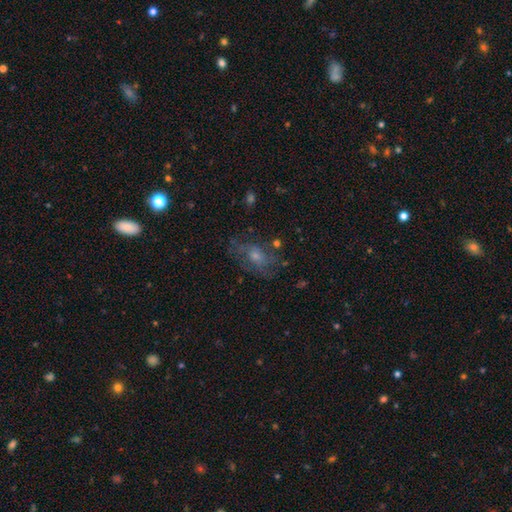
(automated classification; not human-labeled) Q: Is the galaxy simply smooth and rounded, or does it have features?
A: featured or disk — 53%.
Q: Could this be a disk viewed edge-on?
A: no — 92%.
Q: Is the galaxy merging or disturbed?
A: none — 63%.